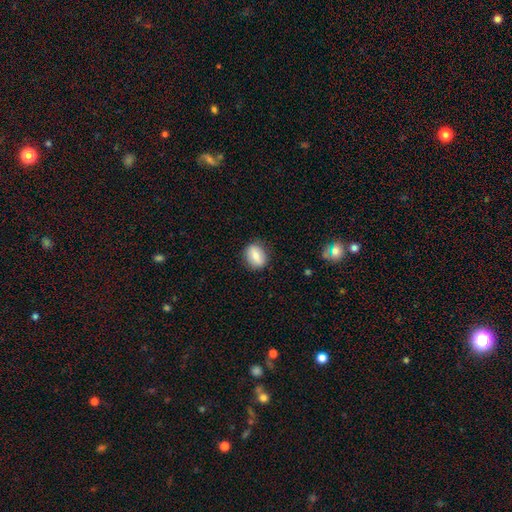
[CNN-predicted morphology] type=smooth (70%); roundness=in between (56%); merging=none (85%).